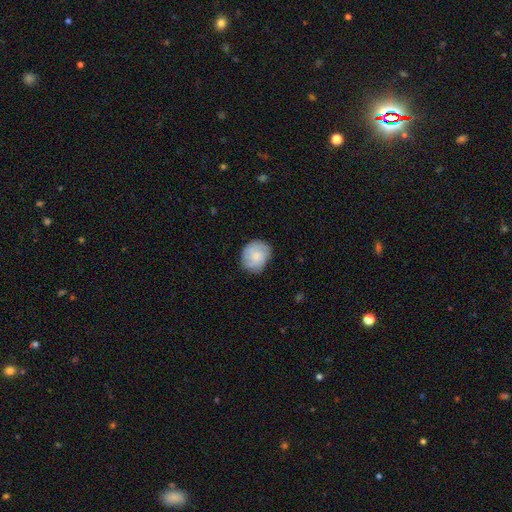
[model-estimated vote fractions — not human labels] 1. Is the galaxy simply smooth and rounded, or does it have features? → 58% smooth, 35% featured or disk, 7% star or artifact.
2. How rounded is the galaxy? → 70% round, 29% in between, 1% cigar-shaped.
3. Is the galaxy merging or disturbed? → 74% none, 20% minor disturbance, 5% major disturbance, 1% merger.